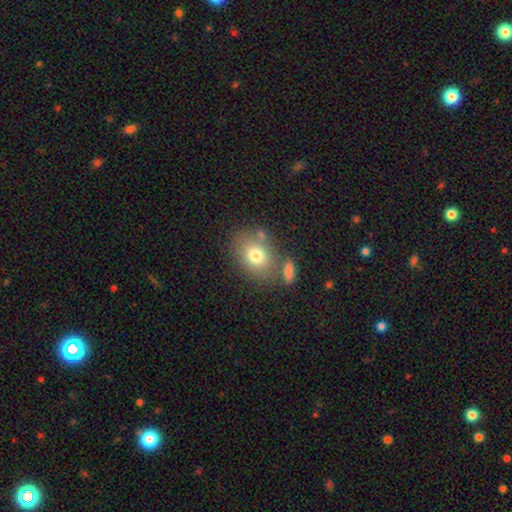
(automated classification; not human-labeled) The model was most divided on "how rounded": in between: 60%, round: 39%, cigar-shaped: 1%. More confident: smooth or featured — smooth (75%); merging — none (63%).